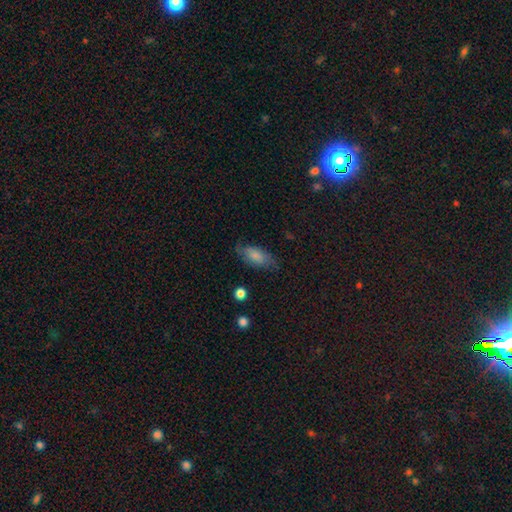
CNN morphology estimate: Overall: smooth (71%). How rounded: in between (88%). Merging: none (66%).